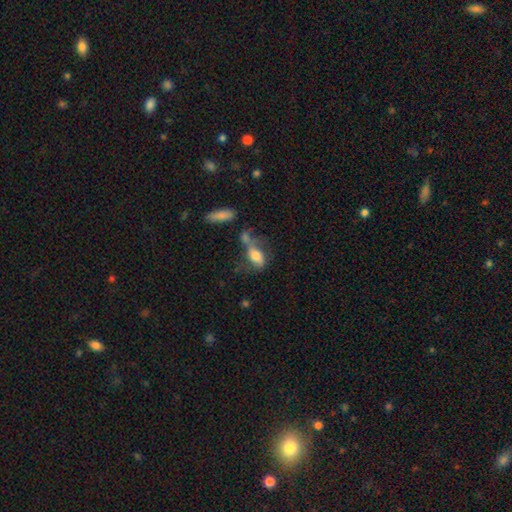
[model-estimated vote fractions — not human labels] The model was most divided on "merging": merger: 32%, none: 27%, major disturbance: 23%, minor disturbance: 18%. More confident: how rounded — in between (83%); smooth or featured — smooth (56%).